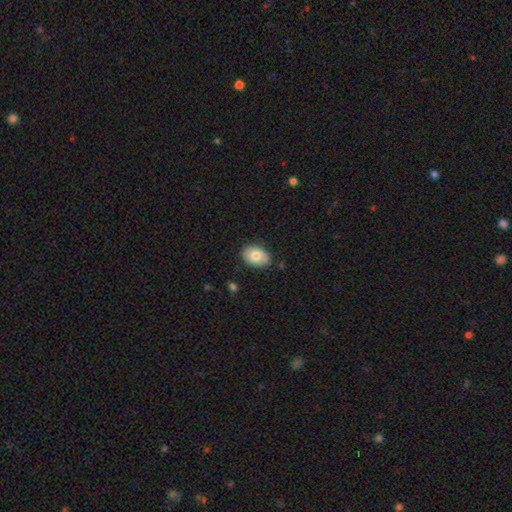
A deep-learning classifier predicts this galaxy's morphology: Smooth or featured: smooth — 75% (featured or disk — 19%)
How rounded: in between — 82% (round — 17%)
Merging: none — 83% (minor disturbance — 13%)